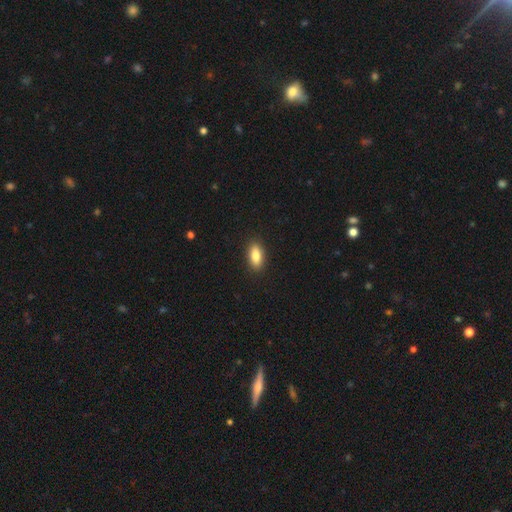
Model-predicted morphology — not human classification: smooth_or_featured: smooth (p=0.83) [alt: featured or disk p=0.10]
how_rounded: in between (p=0.85) [alt: cigar-shaped p=0.12]
merging: none (p=0.90) [alt: minor disturbance p=0.07]